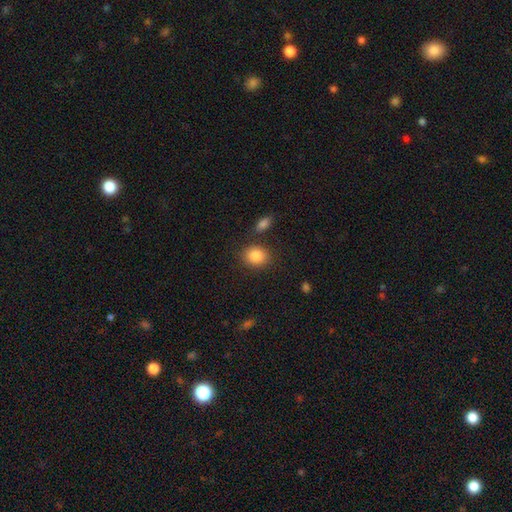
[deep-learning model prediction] Smooth or featured: smooth — 86% (star or artifact — 8%)
How rounded: round — 58% (in between — 41%)
Merging: none — 80% (minor disturbance — 10%)